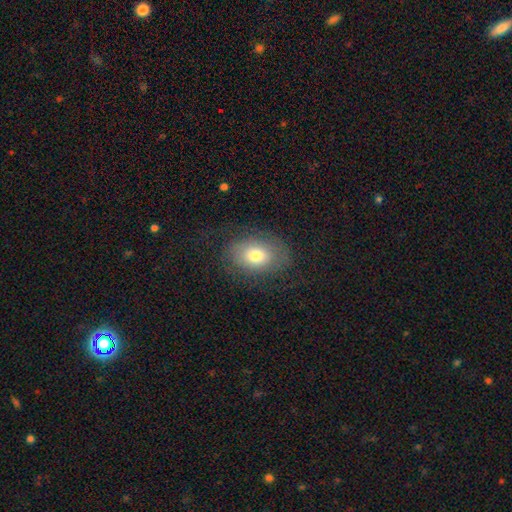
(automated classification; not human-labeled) Q: Smooth or featured?
A: smooth (65%); runner-up: featured or disk (25%)
Q: How rounded?
A: in between (79%); runner-up: round (20%)
Q: Merging?
A: none (72%); runner-up: minor disturbance (17%)